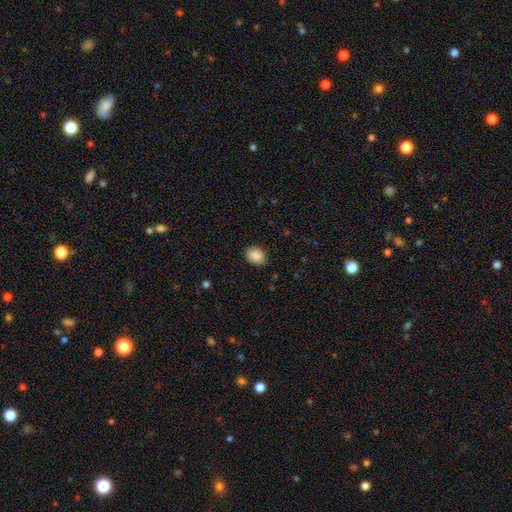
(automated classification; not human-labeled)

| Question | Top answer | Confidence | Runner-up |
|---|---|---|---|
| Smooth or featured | smooth | 88% | star or artifact (8%) |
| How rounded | in between | 58% | round (41%) |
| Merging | none | 86% | minor disturbance (11%) |